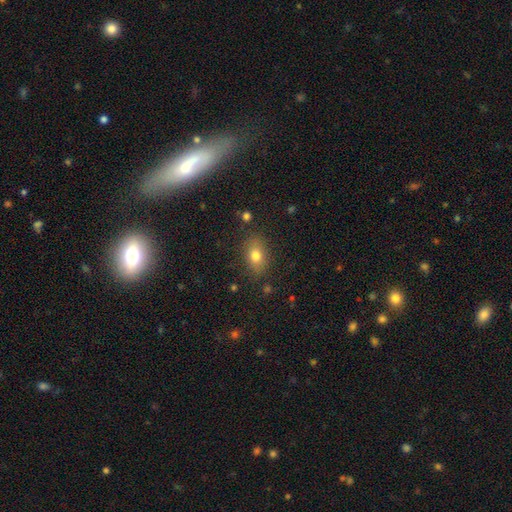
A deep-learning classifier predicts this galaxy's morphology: A smooth galaxy with no disk features (77%) that is in between round and cigar-shaped (79%). Merging: none (83%).